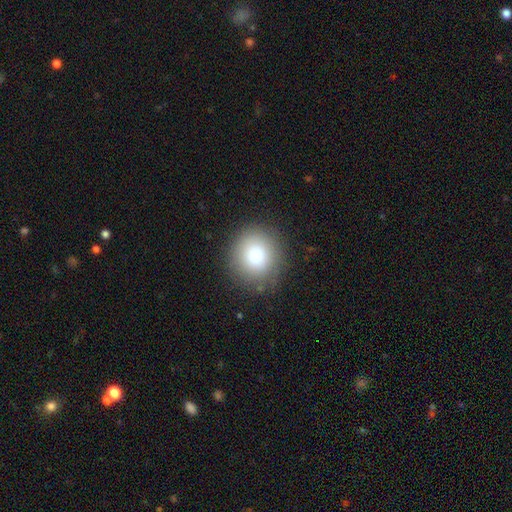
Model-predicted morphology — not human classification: smooth 77%, star or artifact 12%, featured or disk 11%. Down the decision tree: how rounded — round (89%); merging — none (86%).